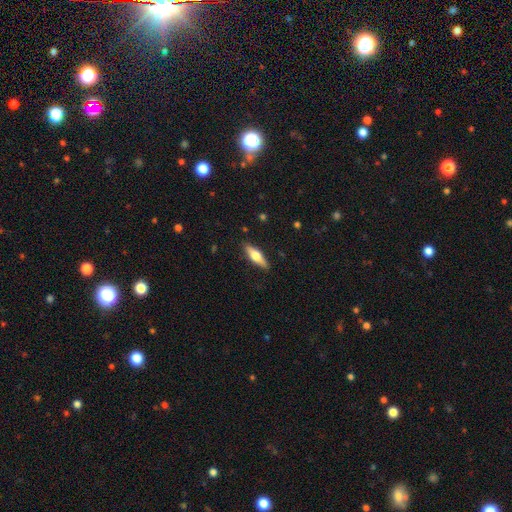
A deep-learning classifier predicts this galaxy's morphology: Smooth or featured?
  - smooth: 49% *
  - featured or disk: 45%
  - star or artifact: 6%
Merging?
  - none: 88% *
  - minor disturbance: 9%
  - major disturbance: 2%
  - merger: 1%